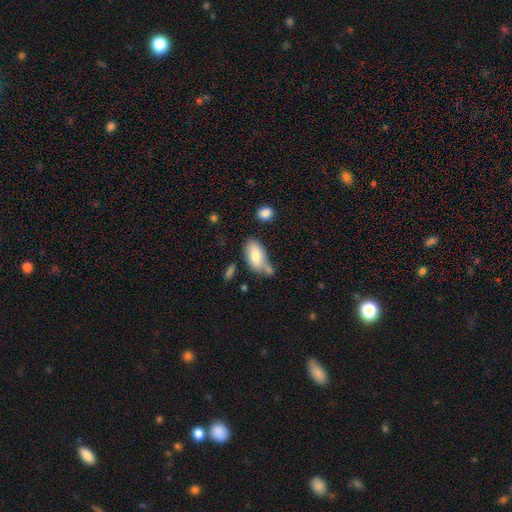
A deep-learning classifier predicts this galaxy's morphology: A smooth galaxy with no disk features (76%) that is in between round and cigar-shaped (92%). Merging: none (48%).